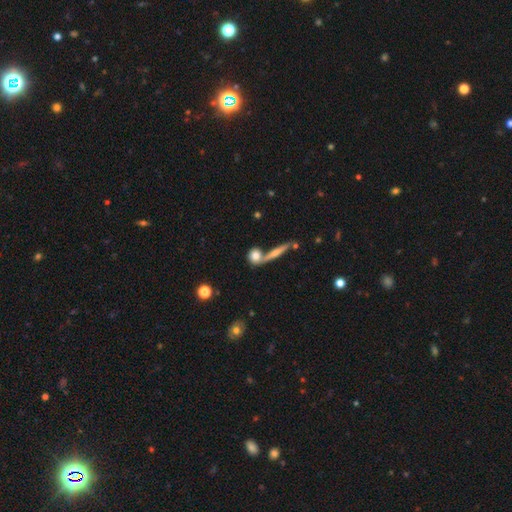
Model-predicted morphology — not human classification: This is likely a smooth galaxy (71%). How rounded: likely round (70%). Merging: possibly none (56%).